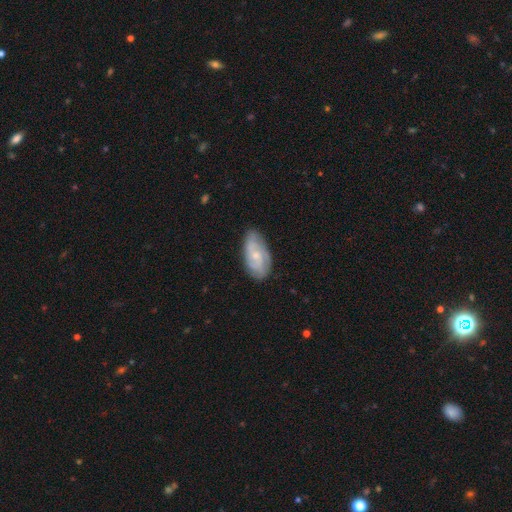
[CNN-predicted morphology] This is likely a featured or disk galaxy (63%). It is clearly not viewed edge-on (95%). Bar: likely no (66%). Spiral arm pattern: clearly yes (88%). Spiral arm count: marginally 2 (36%). Spiral winding: possibly tight (47%). Central bulge: possibly small (58%). Merging: likely none (74%).